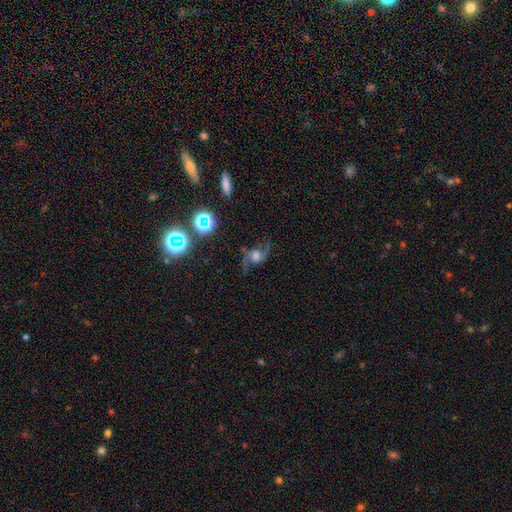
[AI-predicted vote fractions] Morphology: type=featured or disk (77%); edge-on=no (95%); bar=no (64%); spiral arms=yes (95%); winding=loose (75%); arm count=2 (93%); bulge=large (34%); merging=none (70%).